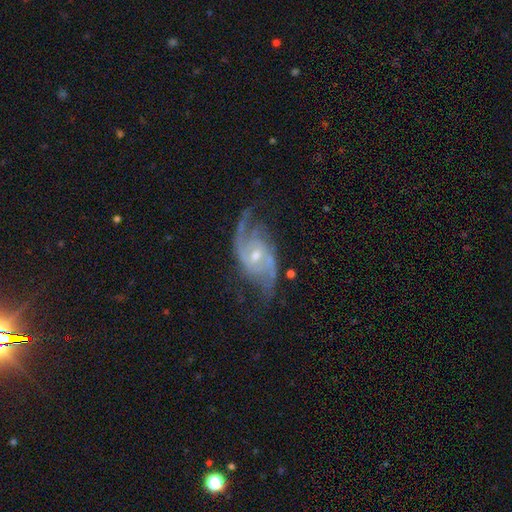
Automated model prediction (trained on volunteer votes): This is clearly a featured or disk galaxy (89%). It is clearly not viewed edge-on (96%). Bar: possibly no (46%). Spiral arm pattern: clearly yes (97%). Spiral arm count: clearly 2 (82%). Spiral winding: possibly medium (46%). Central bulge: possibly small (52%). Merging: likely none (66%).